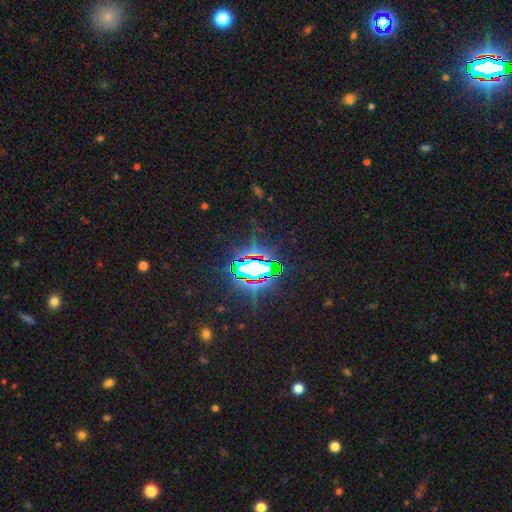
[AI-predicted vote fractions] This appears to be a star or artifact, not a galaxy (82%).